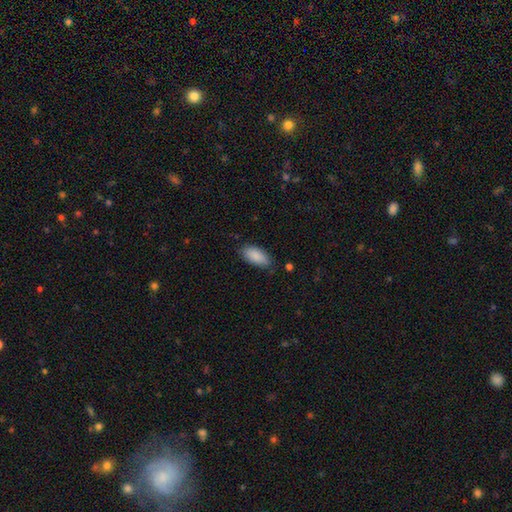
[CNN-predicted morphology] This is clearly a smooth galaxy (89%). How rounded: clearly in between (91%). Merging: likely none (74%).